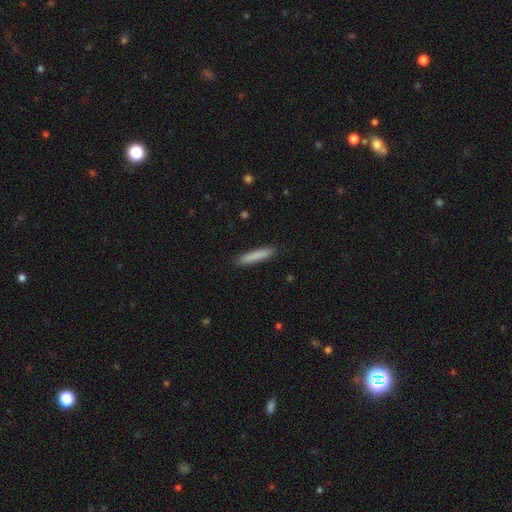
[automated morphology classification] Q: Smooth or featured?
A: smooth (84%); runner-up: featured or disk (10%)
Q: How rounded?
A: cigar-shaped (92%); runner-up: in between (7%)
Q: Merging?
A: none (90%); runner-up: minor disturbance (8%)